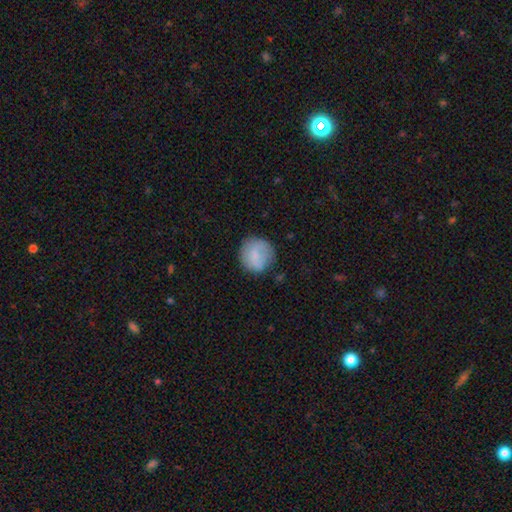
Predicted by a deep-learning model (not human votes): Smooth or featured? Predicted: smooth (p=0.77). How rounded? Predicted: round (p=0.89). Merging? Predicted: none (p=0.77).